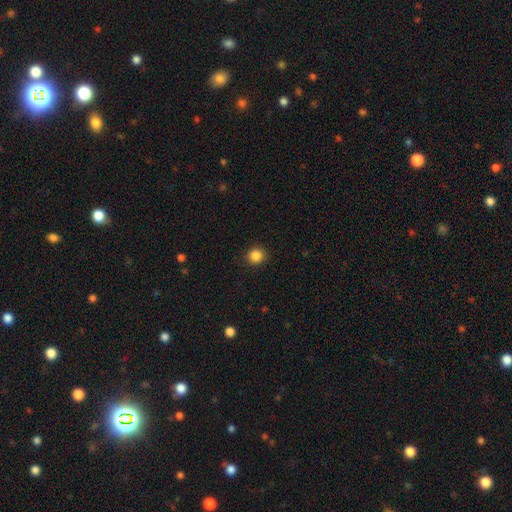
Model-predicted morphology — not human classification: A smooth galaxy with no disk features (86%) that is round (91%). Merging: none (91%).